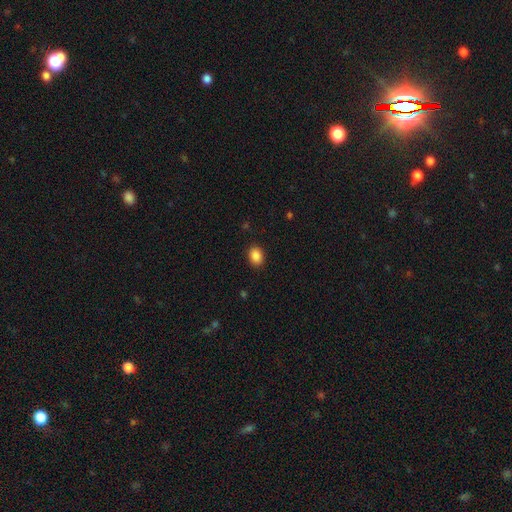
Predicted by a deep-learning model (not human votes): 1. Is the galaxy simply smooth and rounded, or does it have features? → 88% smooth, 9% star or artifact, 3% featured or disk.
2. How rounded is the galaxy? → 66% in between, 33% round, 1% cigar-shaped.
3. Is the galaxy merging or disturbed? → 89% none, 8% minor disturbance, 2% major disturbance, 1% merger.